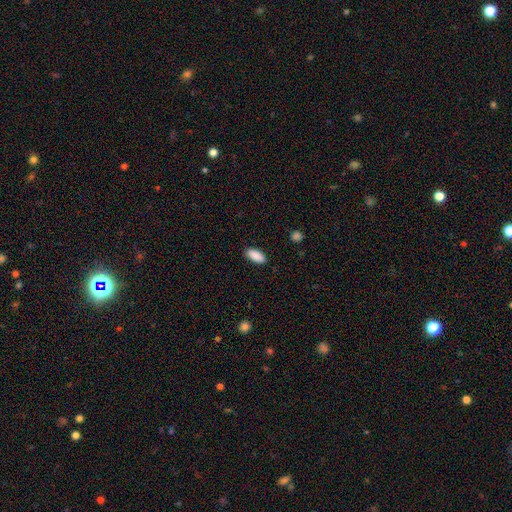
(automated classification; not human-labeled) Smooth or featured?
  - smooth: 90% *
  - star or artifact: 7%
  - featured or disk: 3%
How rounded?
  - in between: 89% *
  - cigar-shaped: 9%
  - round: 2%
Merging?
  - none: 89% *
  - minor disturbance: 8%
  - major disturbance: 2%
  - merger: 1%